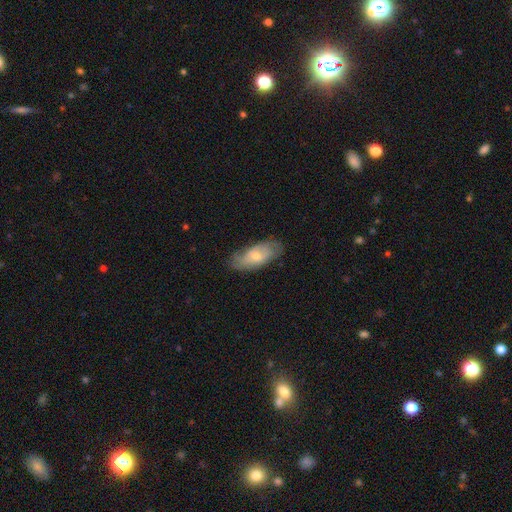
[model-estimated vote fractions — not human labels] A featured or disk galaxy (47%).

Vote fractions:
- Smooth or featured? featured or disk: 47% / smooth: 46% / star or artifact: 7%
- Merging? none: 74% / minor disturbance: 20% / major disturbance: 5% / merger: 1%